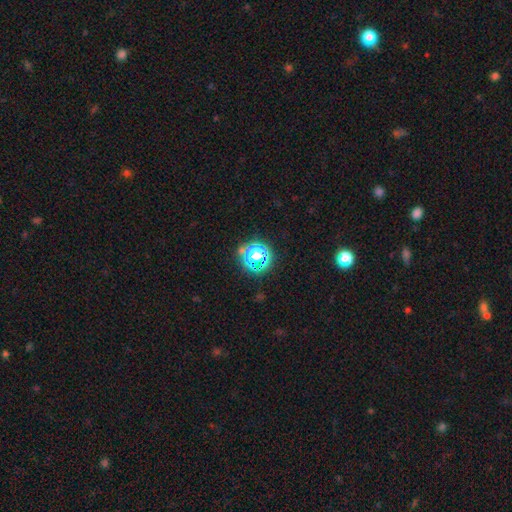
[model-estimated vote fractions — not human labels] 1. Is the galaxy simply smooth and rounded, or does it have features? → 53% star or artifact, 37% smooth, 10% featured or disk.